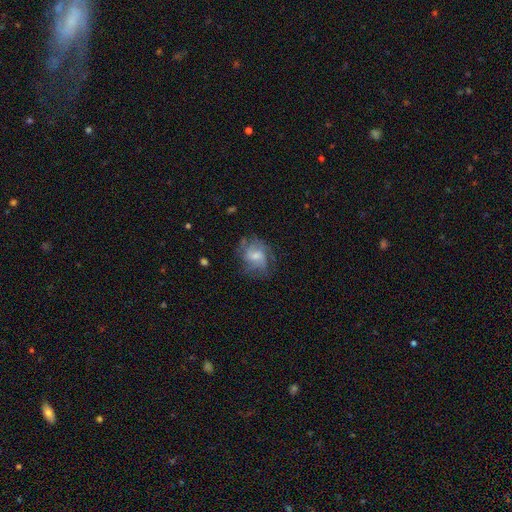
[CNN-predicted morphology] Q: Smooth or featured?
A: featured or disk (62%); runner-up: smooth (30%)
Q: Edge-on disk?
A: no (97%); runner-up: yes (3%)
Q: Bar?
A: no (47%); runner-up: weak (45%)
Q: Spiral arms?
A: yes (80%); runner-up: no (20%)
Q: Bulge size?
A: moderate (44%); runner-up: small (37%)
Q: Merging?
A: none (58%); runner-up: minor disturbance (23%)